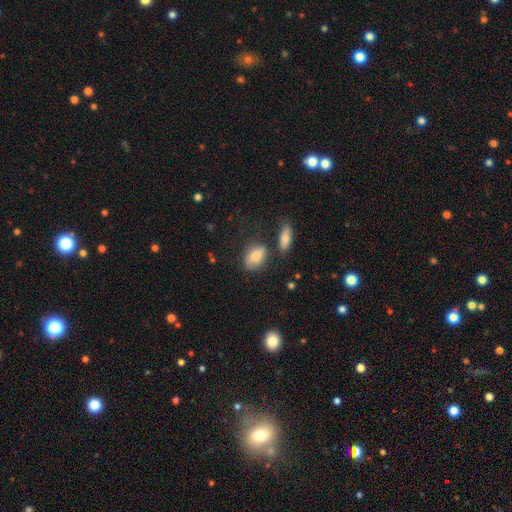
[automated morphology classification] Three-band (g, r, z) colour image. It shows a smooth galaxy with no disk features (75%) that is in between round and cigar-shaped (80%). Merging: none (67%).